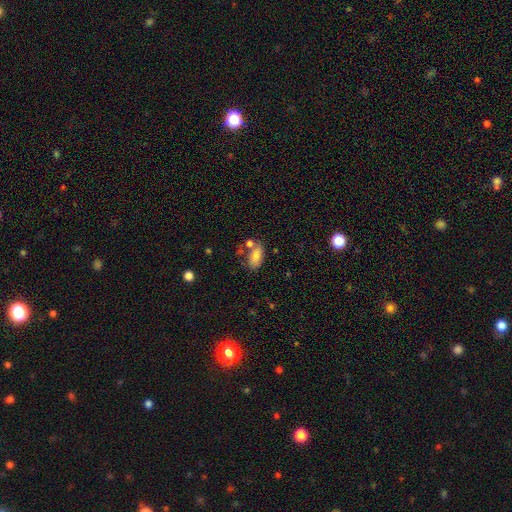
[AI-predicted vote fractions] smooth 80%, featured or disk 12%, star or artifact 8%. Down the decision tree: how rounded — in between (90%); merging — none (57%).